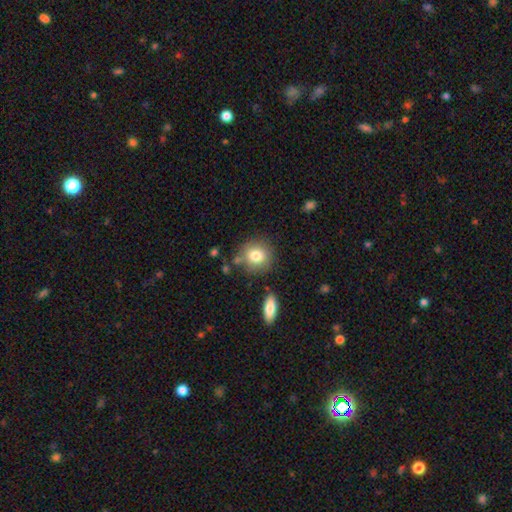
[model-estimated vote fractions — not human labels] Morphology: type=smooth (81%); roundness=round (84%); merging=none (74%).